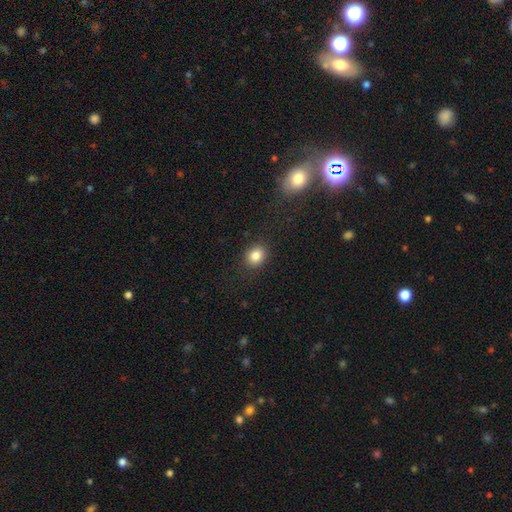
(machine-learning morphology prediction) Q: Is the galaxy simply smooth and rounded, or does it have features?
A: smooth — 84%.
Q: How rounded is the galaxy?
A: round — 60%.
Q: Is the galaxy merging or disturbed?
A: none — 86%.